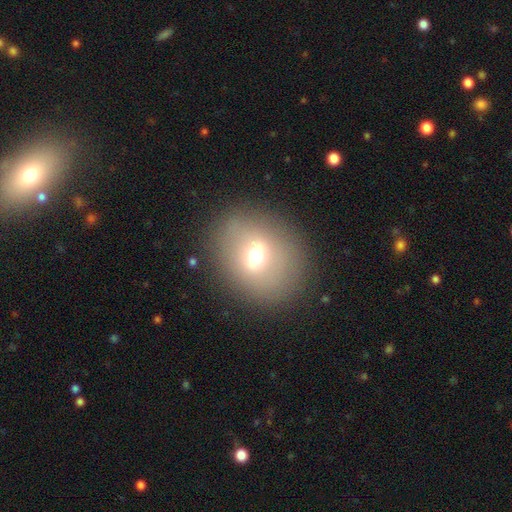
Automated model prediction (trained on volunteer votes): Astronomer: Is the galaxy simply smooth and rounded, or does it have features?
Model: smooth — 54% (runner-up: featured or disk, 33%).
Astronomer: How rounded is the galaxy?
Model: round — 60% (runner-up: in between, 39%).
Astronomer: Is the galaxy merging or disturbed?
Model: none — 84%.